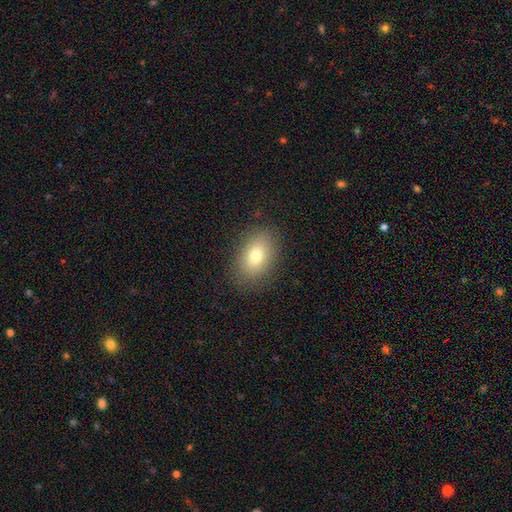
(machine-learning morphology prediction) Smooth or featured?
  - smooth: 77% *
  - featured or disk: 13%
  - star or artifact: 10%
How rounded?
  - in between: 83% *
  - round: 15%
  - cigar-shaped: 1%
Merging?
  - none: 86% *
  - minor disturbance: 10%
  - major disturbance: 3%
  - merger: 1%